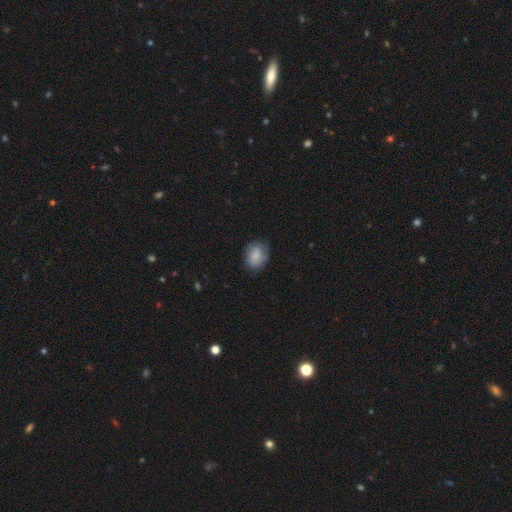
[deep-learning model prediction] Smooth or featured: smooth — 72% (featured or disk — 21%)
How rounded: in between — 57% (round — 42%)
Merging: none — 68% (minor disturbance — 24%)